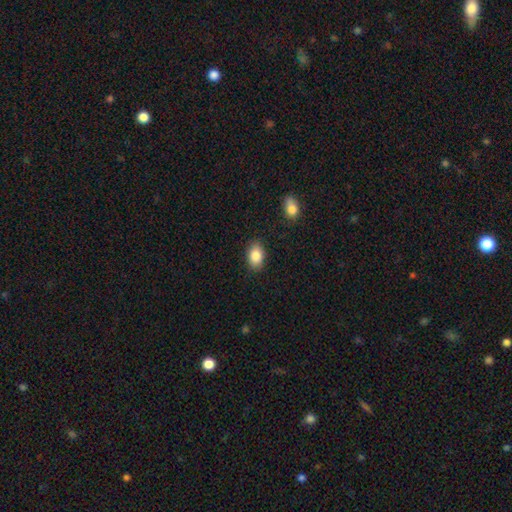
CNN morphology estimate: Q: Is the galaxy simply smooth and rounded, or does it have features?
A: smooth — 87%.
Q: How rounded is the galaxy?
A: in between — 86%.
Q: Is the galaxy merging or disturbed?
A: none — 86%.